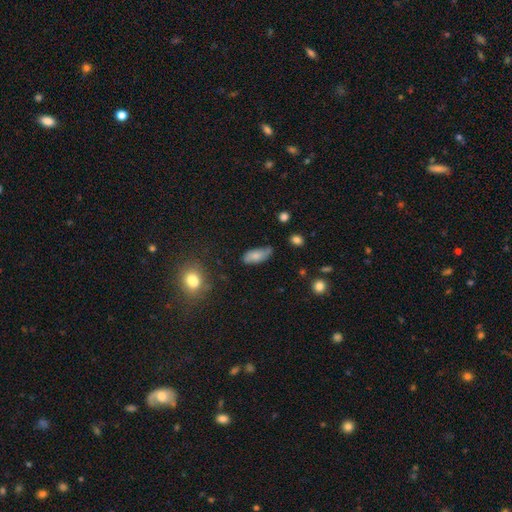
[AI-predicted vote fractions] smooth-or-featured: smooth: 74% | featured or disk: 18% | star or artifact: 9%
  how-rounded: in between: 85% | cigar-shaped: 12% | round: 3%
  merging: none: 56% | minor disturbance: 33% | major disturbance: 8% | merger: 4%